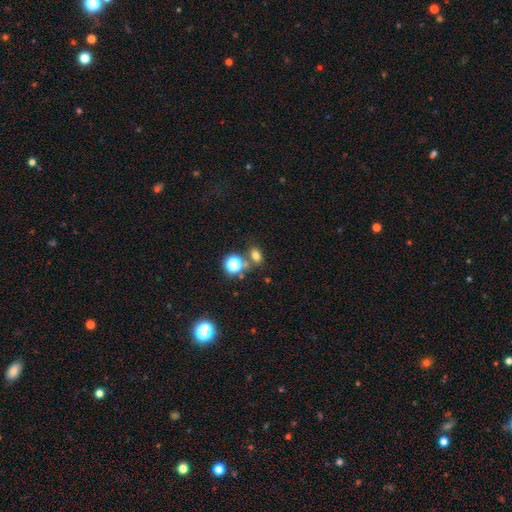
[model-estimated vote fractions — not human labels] The model was most divided on "how rounded": in between: 66%, round: 32%, cigar-shaped: 2%. More confident: smooth or featured — smooth (71%); merging — none (64%).